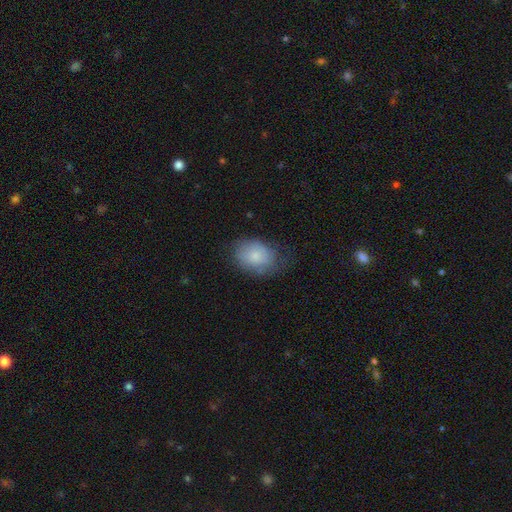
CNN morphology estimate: A smooth galaxy with no disk features (79%) that is in between round and cigar-shaped (69%). Merging: none (60%).